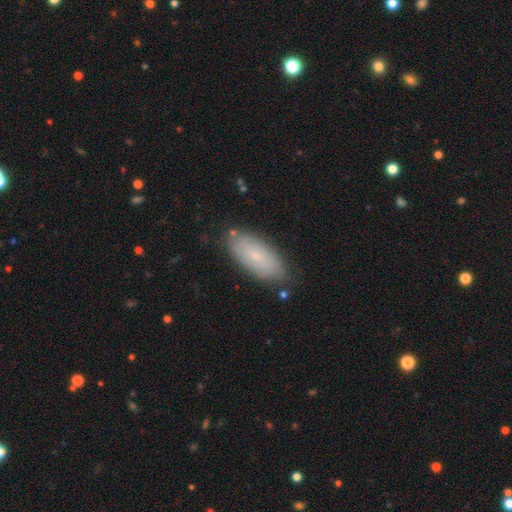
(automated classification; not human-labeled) This appears to be a smooth galaxy with no disk features (71%) that is in between round and cigar-shaped (86%). Merging: none (82%).